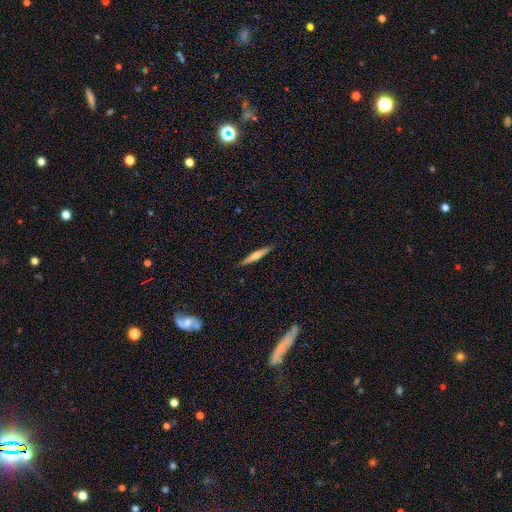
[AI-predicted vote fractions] A featured or disk galaxy (49%). Merging: none (90%).